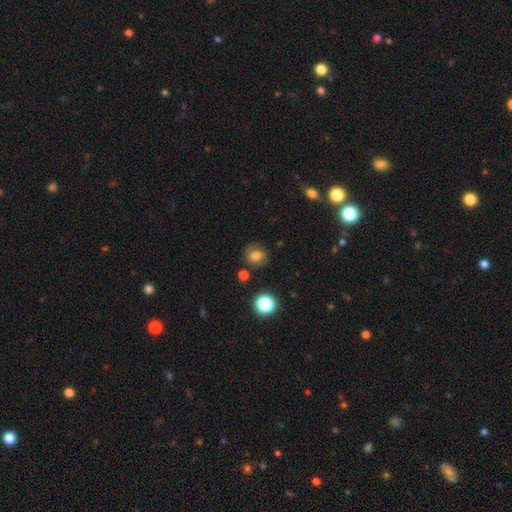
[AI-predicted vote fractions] smooth 69%, featured or disk 17%, star or artifact 15%. Down the decision tree: how rounded — round (67%); merging — none (72%).